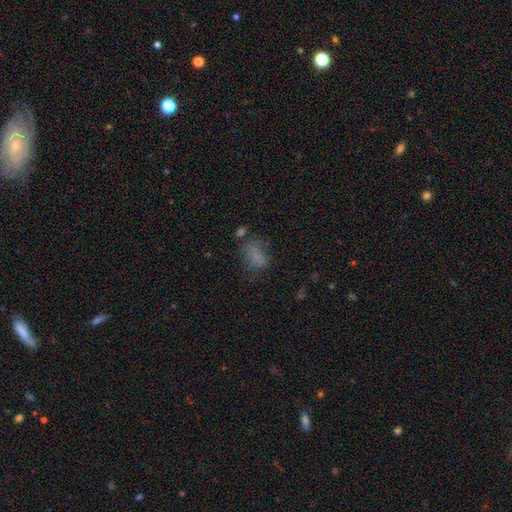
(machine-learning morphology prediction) Q: Smooth or featured?
A: smooth (67%); runner-up: star or artifact (17%)
Q: How rounded?
A: in between (76%); runner-up: round (21%)
Q: Merging?
A: none (49%); runner-up: minor disturbance (24%)